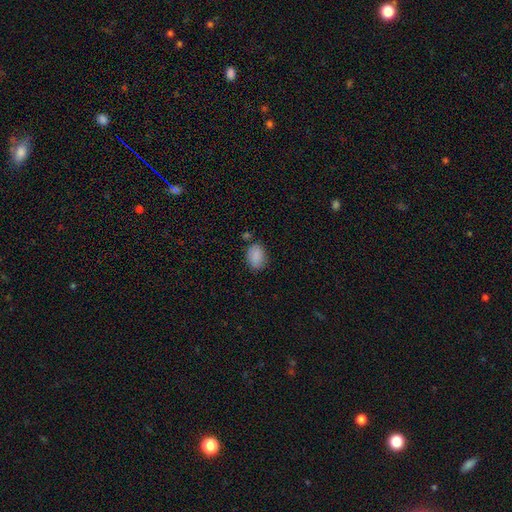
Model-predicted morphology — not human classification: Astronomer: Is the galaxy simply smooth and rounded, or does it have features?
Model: smooth — 87%.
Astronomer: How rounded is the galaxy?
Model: in between — 78%.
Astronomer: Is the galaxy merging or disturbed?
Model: none — 74%.